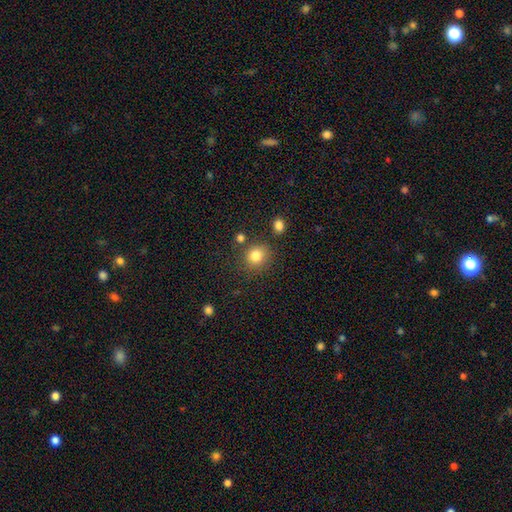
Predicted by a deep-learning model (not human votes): The model was most divided on "how rounded": round: 80%, in between: 19%, cigar-shaped: 1%. More confident: smooth or featured — smooth (83%); merging — none (78%).